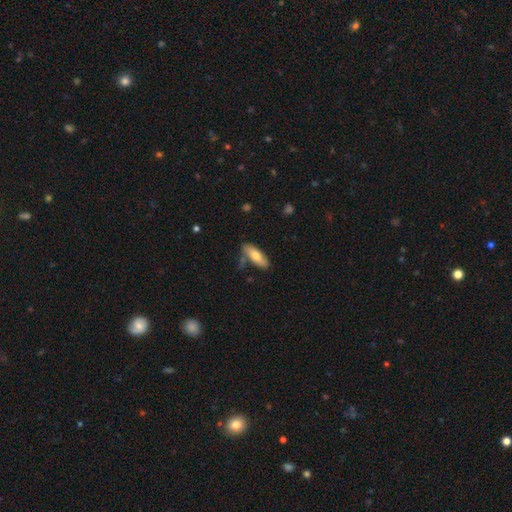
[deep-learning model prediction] smooth_or_featured: smooth (p=0.73) [alt: featured or disk p=0.21]
how_rounded: in between (p=0.63) [alt: cigar-shaped p=0.35]
merging: none (p=0.70) [alt: minor disturbance p=0.19]